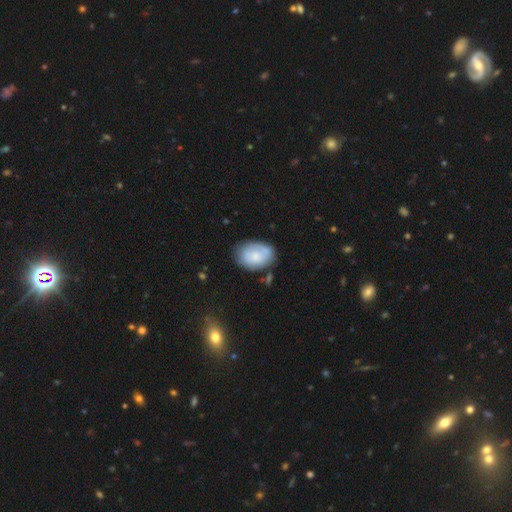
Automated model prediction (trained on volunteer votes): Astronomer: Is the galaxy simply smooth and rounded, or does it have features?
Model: smooth — 59% (runner-up: featured or disk, 35%).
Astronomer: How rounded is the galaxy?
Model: in between — 80%.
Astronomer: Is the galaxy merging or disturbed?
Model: none — 65%.